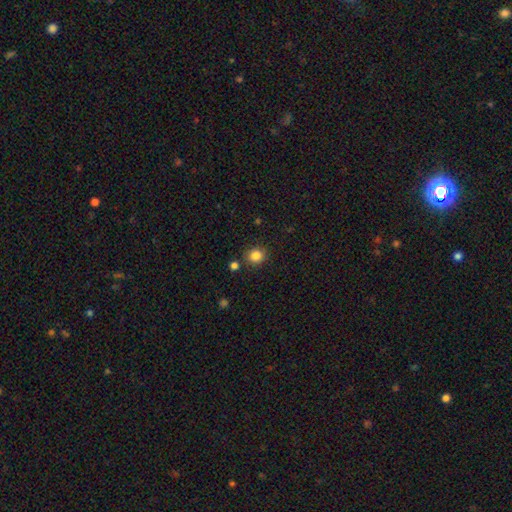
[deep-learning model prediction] This is clearly a smooth galaxy (85%). How rounded: clearly round (81%). Merging: clearly none (83%).